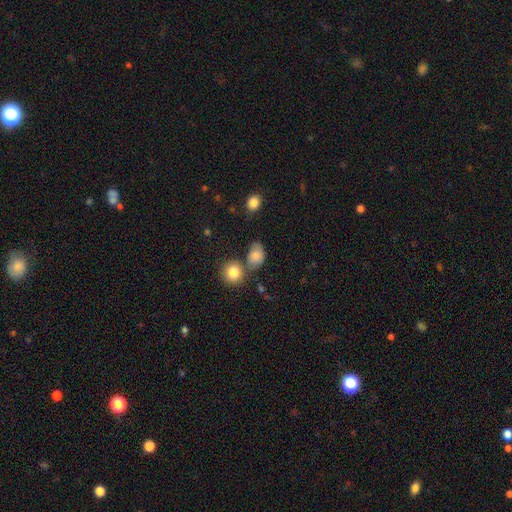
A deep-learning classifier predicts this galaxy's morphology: smooth_or_featured: smooth (p=0.80) [alt: featured or disk p=0.10]
how_rounded: in between (p=0.63) [alt: round p=0.36]
merging: none (p=0.53) [alt: minor disturbance p=0.22]